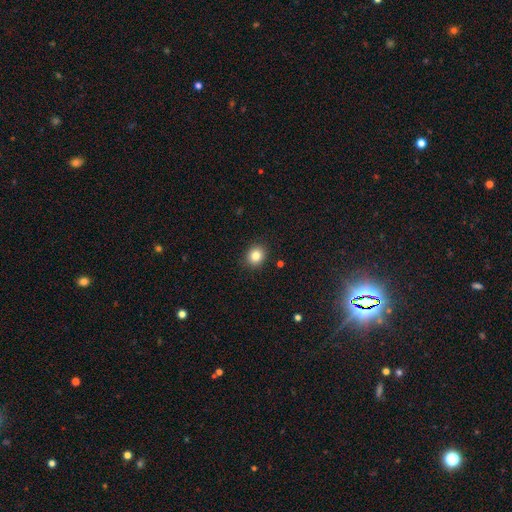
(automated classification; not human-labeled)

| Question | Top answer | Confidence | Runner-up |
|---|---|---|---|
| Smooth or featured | smooth | 84% | star or artifact (10%) |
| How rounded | round | 75% | in between (24%) |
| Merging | none | 90% | minor disturbance (7%) |